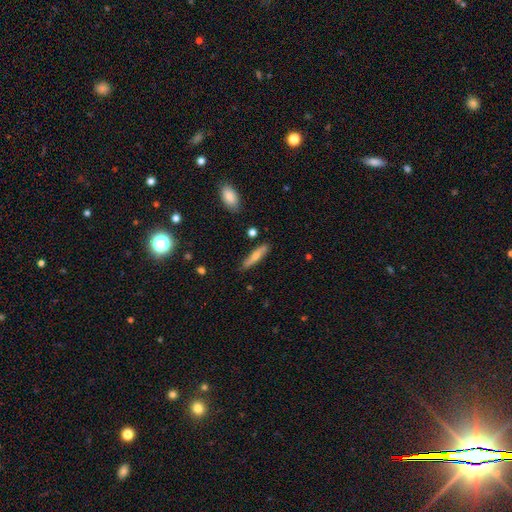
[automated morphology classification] smooth_or_featured: smooth (p=0.54) [alt: featured or disk p=0.39]
how_rounded: cigar-shaped (p=0.83) [alt: in between p=0.14]
merging: none (p=0.84) [alt: minor disturbance p=0.11]